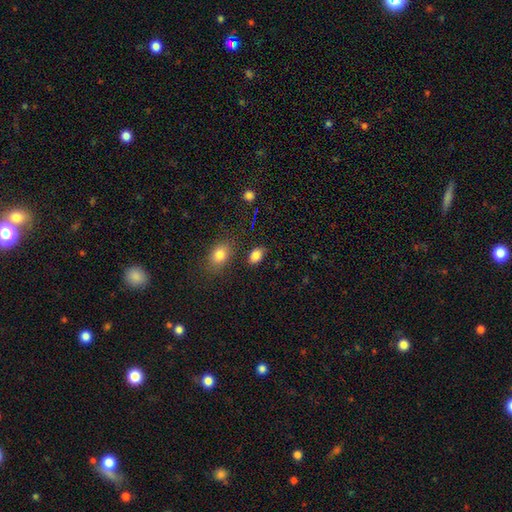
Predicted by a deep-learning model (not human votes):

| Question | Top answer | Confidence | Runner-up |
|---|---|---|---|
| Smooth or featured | smooth | 84% | star or artifact (10%) |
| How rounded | in between | 83% | round (15%) |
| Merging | none | 79% | minor disturbance (13%) |